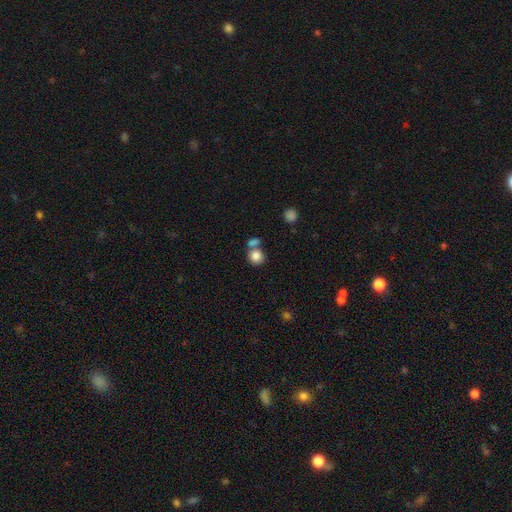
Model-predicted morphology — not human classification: This is clearly a smooth galaxy (84%). How rounded: clearly round (86%). Merging: possibly none (54%).